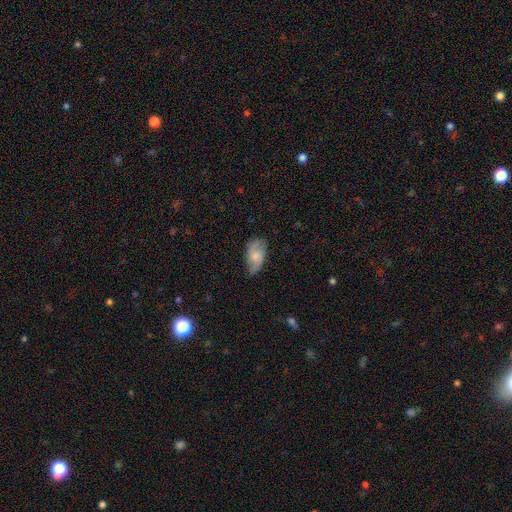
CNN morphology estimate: Q: Smooth or featured?
A: smooth (59%); runner-up: featured or disk (34%)
Q: How rounded?
A: in between (92%); runner-up: round (5%)
Q: Merging?
A: none (59%); runner-up: minor disturbance (30%)